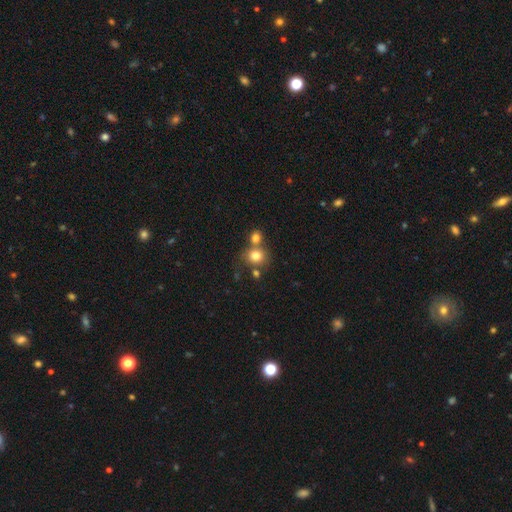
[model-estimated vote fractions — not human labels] smooth-or-featured: smooth: 78% | star or artifact: 12% | featured or disk: 10%
  how-rounded: round: 80% | in between: 19% | cigar-shaped: 1%
  merging: none: 50% | merger: 36% | minor disturbance: 9% | major disturbance: 4%